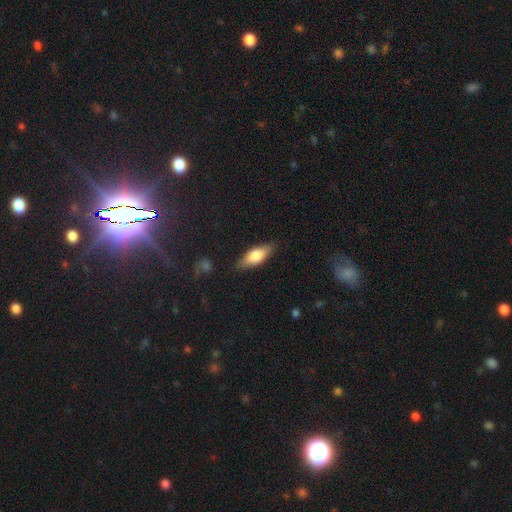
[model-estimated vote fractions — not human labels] Q: Smooth or featured?
A: smooth (70%); runner-up: featured or disk (24%)
Q: How rounded?
A: in between (73%); runner-up: cigar-shaped (24%)
Q: Merging?
A: none (81%); runner-up: minor disturbance (14%)